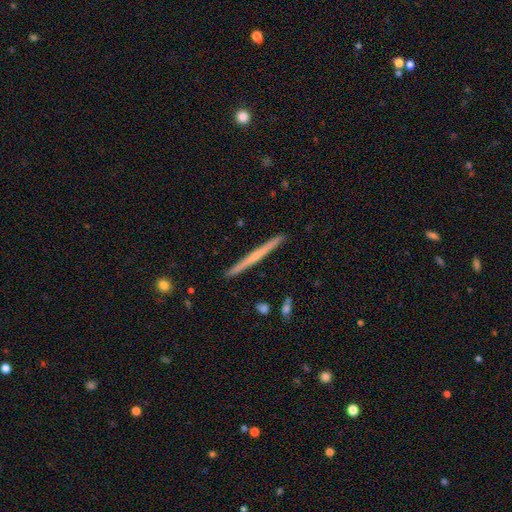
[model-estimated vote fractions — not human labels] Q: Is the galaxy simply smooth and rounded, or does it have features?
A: featured or disk — 60%.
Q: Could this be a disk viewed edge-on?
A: yes — 98%.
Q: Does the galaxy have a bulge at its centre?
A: none — 65%.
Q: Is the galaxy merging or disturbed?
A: none — 93%.